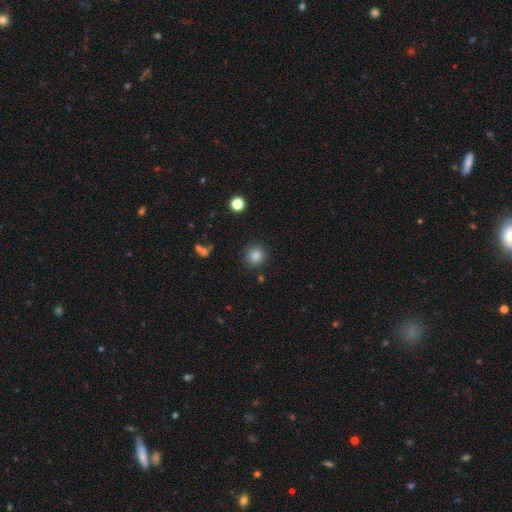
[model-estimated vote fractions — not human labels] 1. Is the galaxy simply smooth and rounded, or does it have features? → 85% smooth, 11% star or artifact, 4% featured or disk.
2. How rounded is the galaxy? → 89% round, 10% in between, 1% cigar-shaped.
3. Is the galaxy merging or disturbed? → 88% none, 7% minor disturbance, 3% major disturbance, 2% merger.